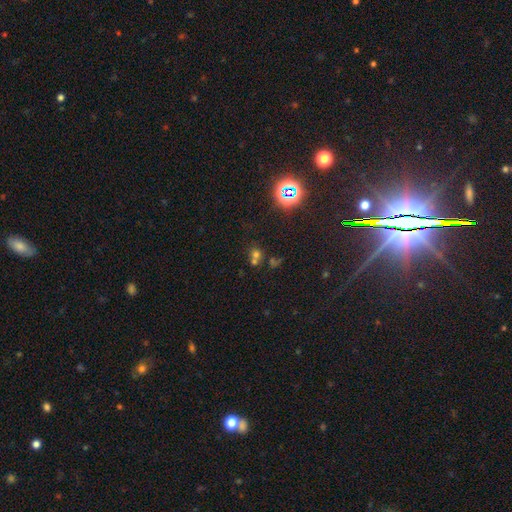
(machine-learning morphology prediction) smooth_or_featured: smooth (p=0.50) [alt: star or artifact p=0.37]
how_rounded: round (p=0.80) [alt: in between p=0.18]
merging: merger (p=0.46) [alt: none p=0.43]